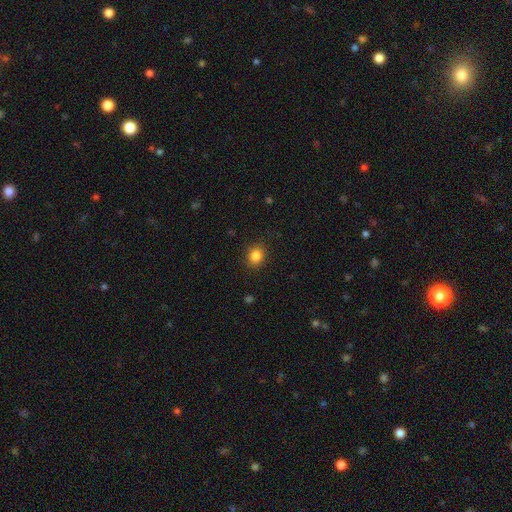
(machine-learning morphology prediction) Smooth or featured? Predicted: smooth (p=0.85). How rounded? Predicted: round (p=0.71). Merging? Predicted: none (p=0.89).